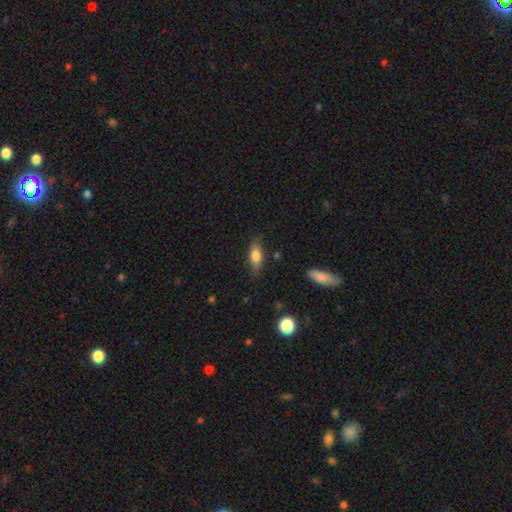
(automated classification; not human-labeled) The model was most divided on "how rounded": in between: 73%, cigar-shaped: 23%, round: 4%. More confident: merging — none (78%); smooth or featured — smooth (74%).